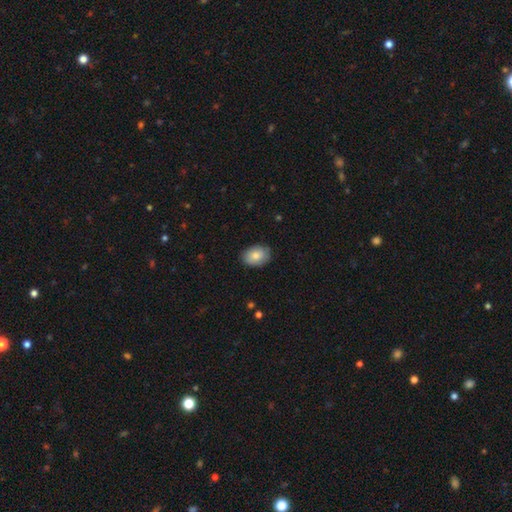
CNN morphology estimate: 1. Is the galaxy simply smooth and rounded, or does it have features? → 83% smooth, 10% featured or disk, 7% star or artifact.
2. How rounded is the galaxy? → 76% in between, 23% round, 1% cigar-shaped.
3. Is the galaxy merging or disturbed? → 83% none, 13% minor disturbance, 2% major disturbance, 1% merger.